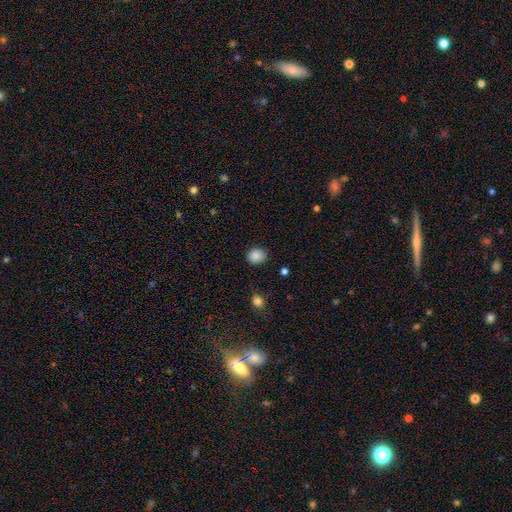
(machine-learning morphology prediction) A smooth galaxy with no disk features (87%) that is round (77%). Merging: none (83%).